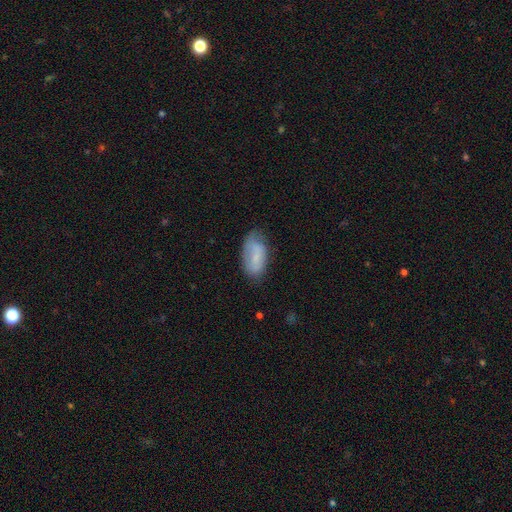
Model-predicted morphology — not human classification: smooth 68%, featured or disk 24%, star or artifact 7%. Down the decision tree: how rounded — in between (92%); merging — none (59%).